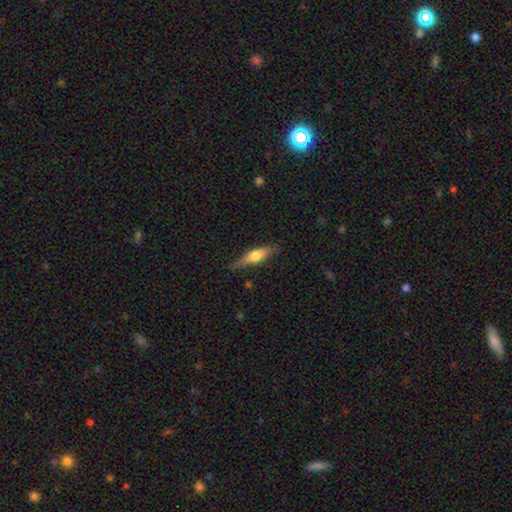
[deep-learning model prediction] The model was most divided on "smooth or featured": smooth: 49%, featured or disk: 45%, star or artifact: 6%. More confident: merging — none (81%).